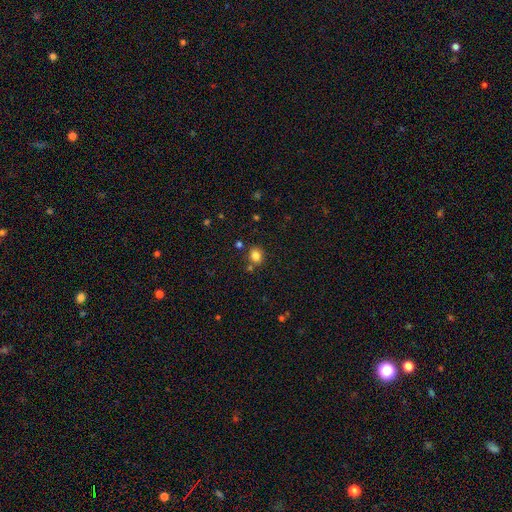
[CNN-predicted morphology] Overall: smooth (82%). How rounded: round (65%; in between 34%). Merging: none (77%).